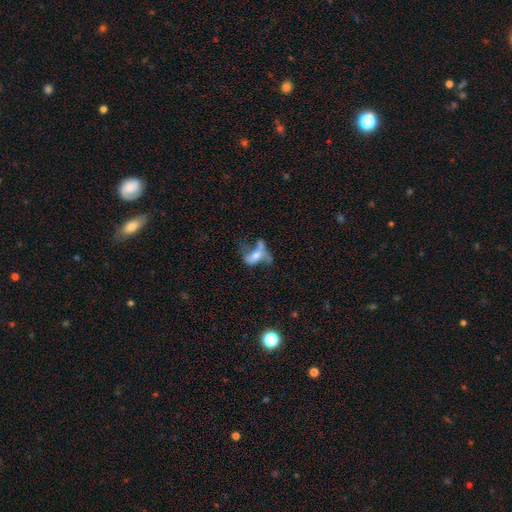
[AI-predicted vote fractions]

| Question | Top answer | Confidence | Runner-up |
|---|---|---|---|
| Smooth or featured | featured or disk | 51% | smooth (37%) |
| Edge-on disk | no | 85% | yes (15%) |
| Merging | major disturbance | 38% | merger (24%) |